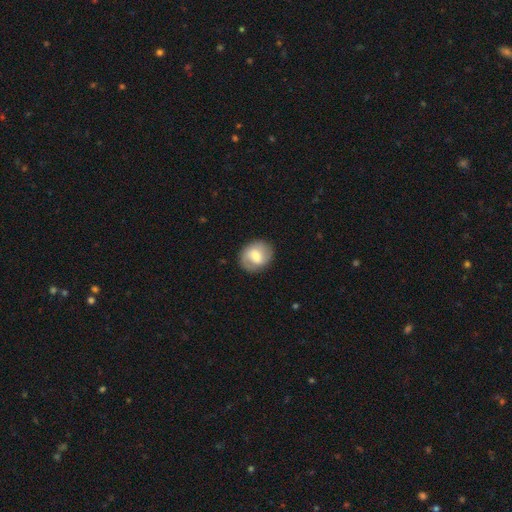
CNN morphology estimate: A smooth galaxy with no disk features (48%). Merging: none (82%).